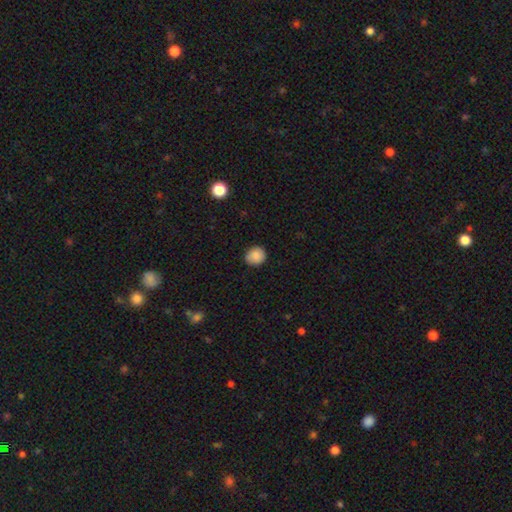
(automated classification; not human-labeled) smooth_or_featured: smooth (p=0.86) [alt: star or artifact p=0.09]
how_rounded: round (p=0.84) [alt: in between p=0.16]
merging: none (p=0.86) [alt: minor disturbance p=0.11]